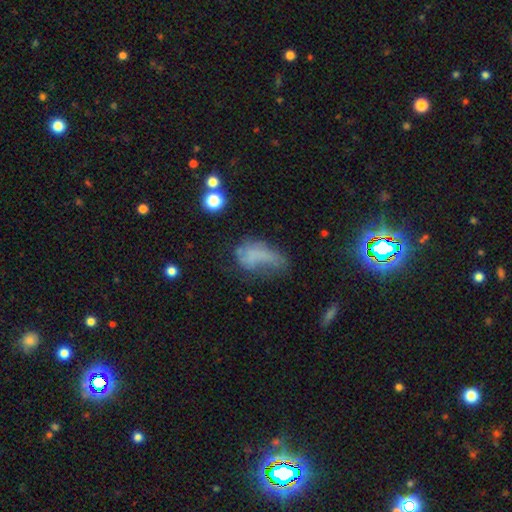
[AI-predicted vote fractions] The model was most divided on "merging": major disturbance: 42%, minor disturbance: 27%, none: 25%, merger: 6%. More confident: how rounded — in between (81%); smooth or featured — smooth (52%).